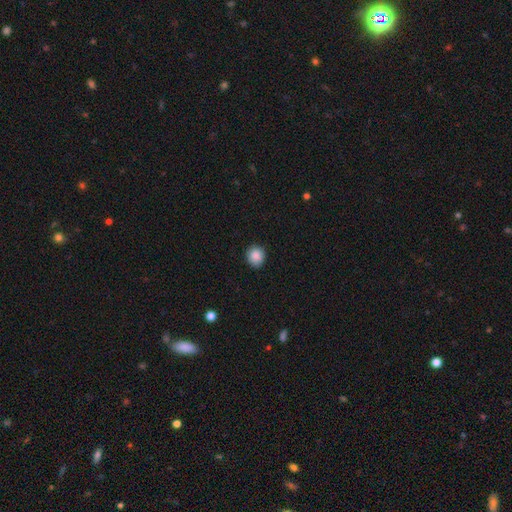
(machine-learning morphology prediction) Smooth or featured? smooth (88%)
How rounded? round (87%)
Merging? none (88%)